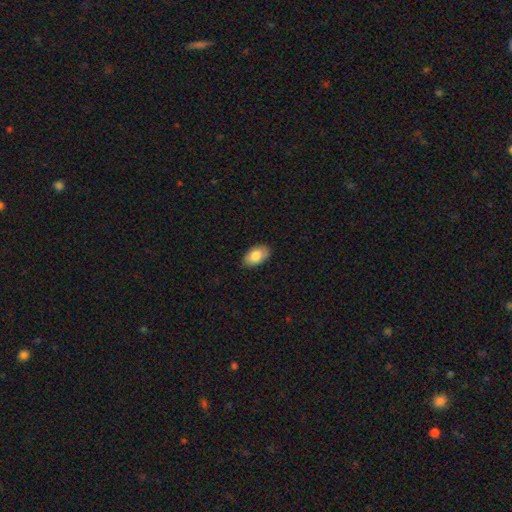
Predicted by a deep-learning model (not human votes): Smooth or featured: smooth — 82% (featured or disk — 12%)
How rounded: in between — 93% (round — 6%)
Merging: none — 87% (minor disturbance — 11%)